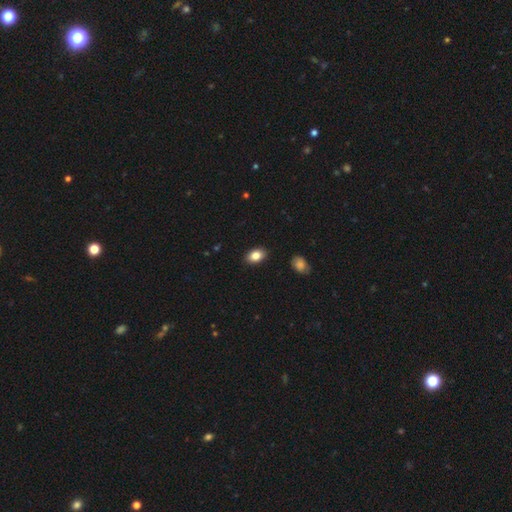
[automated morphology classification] This is clearly a smooth galaxy (84%). How rounded: clearly in between (88%). Merging: clearly none (89%).